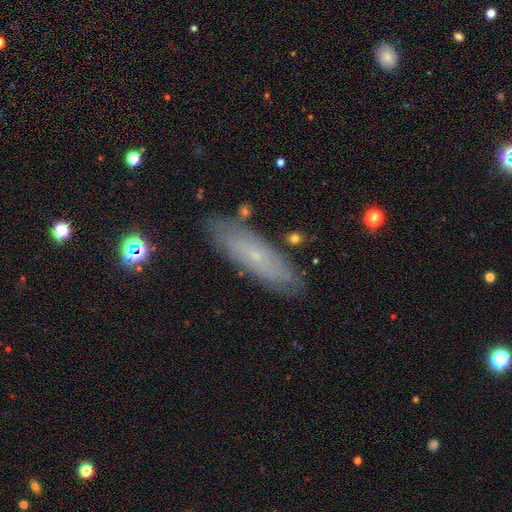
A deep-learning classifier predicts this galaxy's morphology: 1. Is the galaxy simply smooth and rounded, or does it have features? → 48% featured or disk, 43% smooth, 9% star or artifact.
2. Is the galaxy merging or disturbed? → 84% none, 12% minor disturbance, 2% major disturbance, 2% merger.